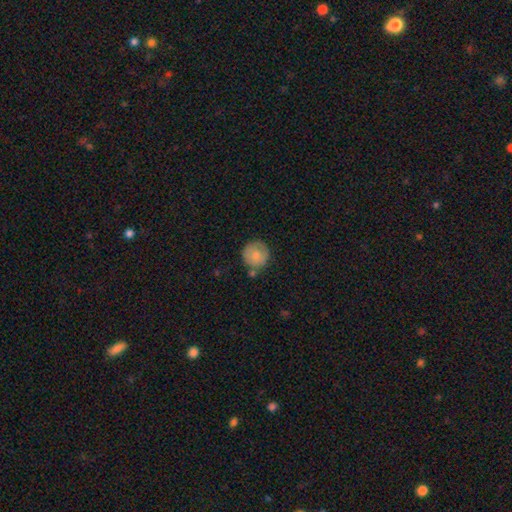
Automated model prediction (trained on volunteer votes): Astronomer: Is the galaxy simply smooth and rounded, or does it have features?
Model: smooth — 79%.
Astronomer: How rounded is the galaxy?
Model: round — 92%.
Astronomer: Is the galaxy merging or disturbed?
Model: none — 69%.